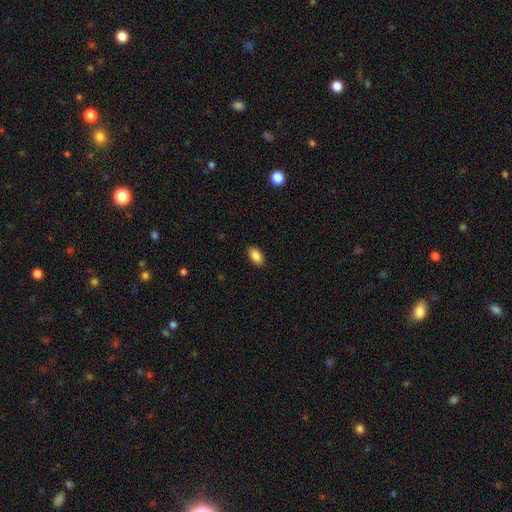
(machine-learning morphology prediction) The model was most divided on "smooth or featured": smooth: 88%, star or artifact: 8%, featured or disk: 5%. More confident: how rounded — in between (93%); merging — none (89%).